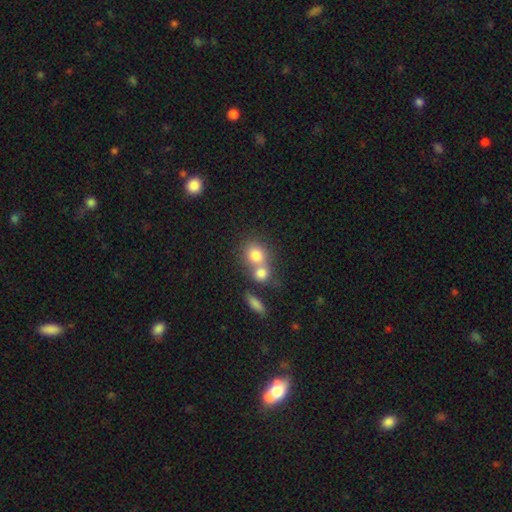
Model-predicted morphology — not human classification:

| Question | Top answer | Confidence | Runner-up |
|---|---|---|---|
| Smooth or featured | smooth | 77% | featured or disk (13%) |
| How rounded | round | 71% | in between (28%) |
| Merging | merger | 55% | none (34%) |